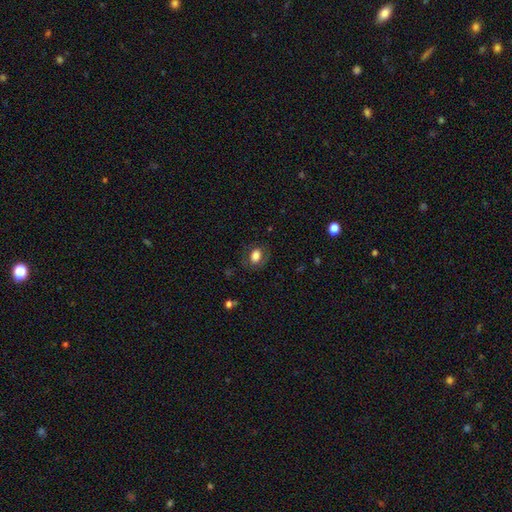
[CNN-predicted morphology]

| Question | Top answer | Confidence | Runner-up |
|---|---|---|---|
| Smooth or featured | smooth | 75% | featured or disk (16%) |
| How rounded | in between | 72% | round (27%) |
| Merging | none | 77% | minor disturbance (14%) |